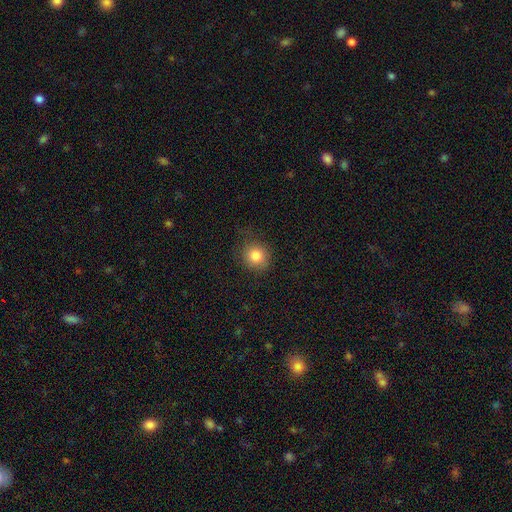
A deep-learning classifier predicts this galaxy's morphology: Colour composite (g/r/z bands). It shows a smooth galaxy with no disk features (84%) that is round (87%). Merging: none (79%).